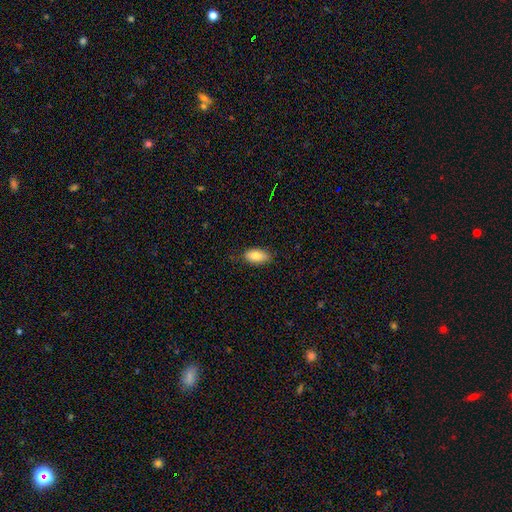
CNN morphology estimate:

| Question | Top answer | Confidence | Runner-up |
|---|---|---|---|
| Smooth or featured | smooth | 83% | featured or disk (10%) |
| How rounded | in between | 91% | cigar-shaped (6%) |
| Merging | none | 81% | minor disturbance (15%) |